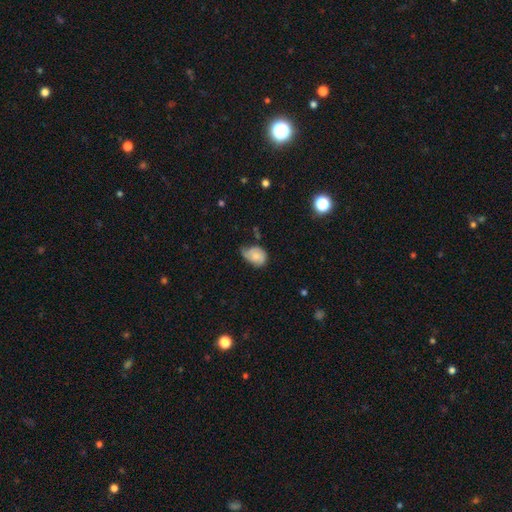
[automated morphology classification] Smooth or featured: smooth — 62% (featured or disk — 30%)
How rounded: in between — 68% (round — 31%)
Merging: minor disturbance — 46% (none — 32%)